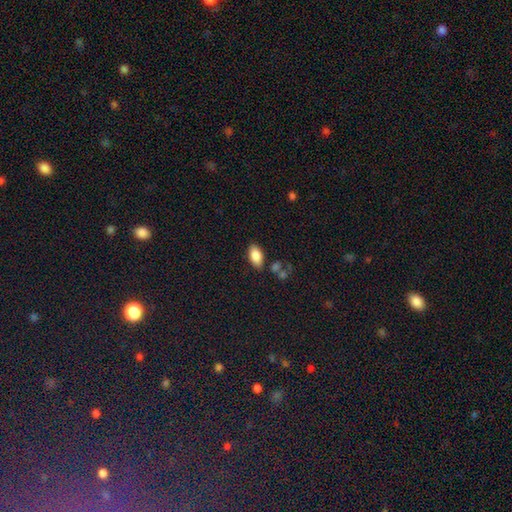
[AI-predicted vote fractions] The model was most divided on "merging": none: 79%, minor disturbance: 12%, merger: 6%, major disturbance: 3%. More confident: how rounded — in between (93%); smooth or featured — smooth (86%).